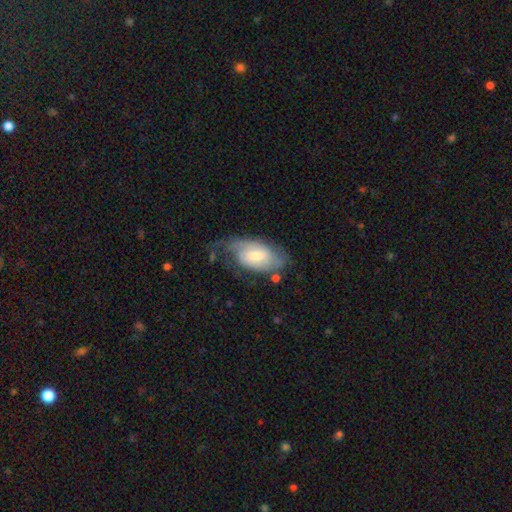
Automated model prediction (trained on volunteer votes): Overall: featured or disk (62%; smooth 32%). Edge-on disk: no (94%). Bar: weak (47%; no 43%). Spiral arms: yes (88%). Spiral arm count: 2 (57%; can't tell 22%). Spiral winding: medium (41%; tight 31%). Bulge size: moderate (51%; small 36%). Merging: none (44%; minor disturbance 27%).